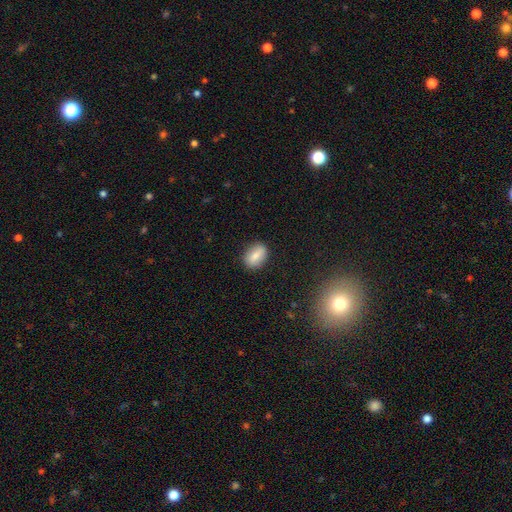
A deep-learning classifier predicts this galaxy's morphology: Smooth or featured?
  - smooth: 79% *
  - featured or disk: 13%
  - star or artifact: 8%
How rounded?
  - in between: 78% *
  - round: 19%
  - cigar-shaped: 2%
Merging?
  - none: 85% *
  - minor disturbance: 11%
  - major disturbance: 3%
  - merger: 1%